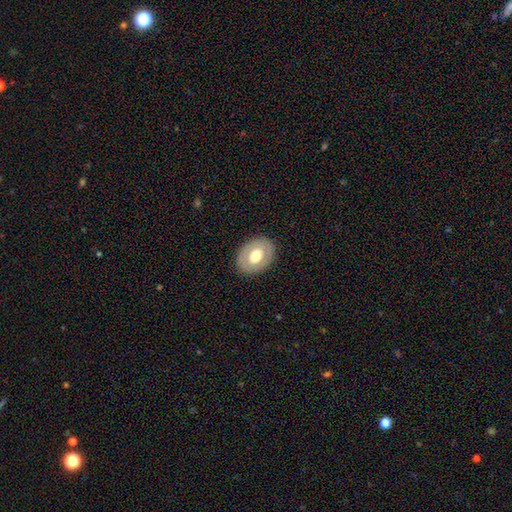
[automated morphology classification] Smooth or featured? Predicted: smooth (p=0.58). How rounded? Predicted: in between (p=0.69). Merging? Predicted: none (p=0.86).